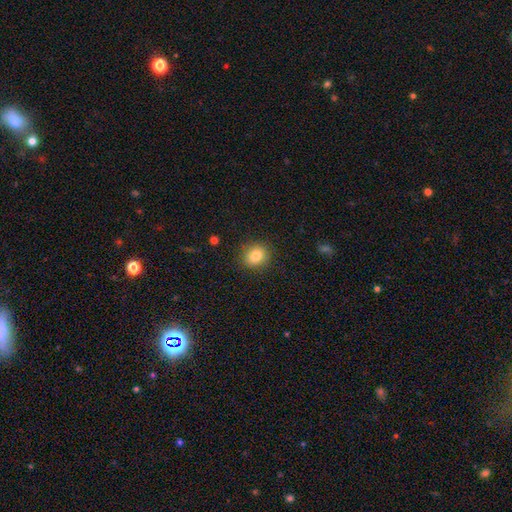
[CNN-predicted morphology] smooth 84%, star or artifact 10%, featured or disk 6%. Down the decision tree: how rounded — round (62%); merging — none (87%).